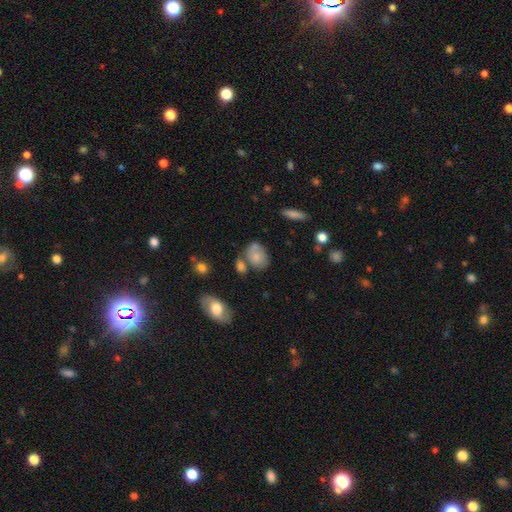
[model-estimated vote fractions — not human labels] smooth 72%, featured or disk 19%, star or artifact 9%. Down the decision tree: how rounded — in between (68%); merging — none (51%).